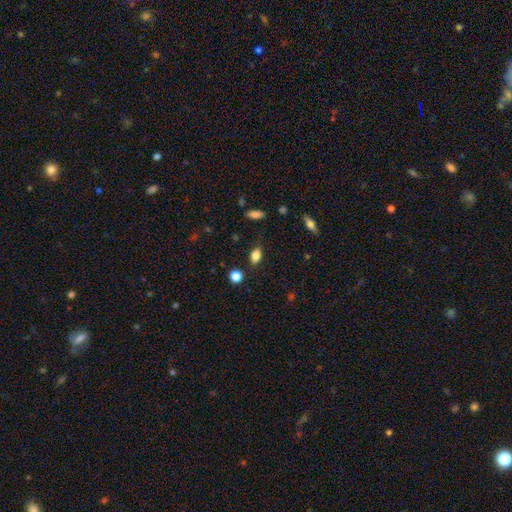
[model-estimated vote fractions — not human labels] Q: Smooth or featured?
A: smooth (82%); runner-up: star or artifact (10%)
Q: How rounded?
A: in between (79%); runner-up: round (17%)
Q: Merging?
A: none (82%); runner-up: minor disturbance (13%)